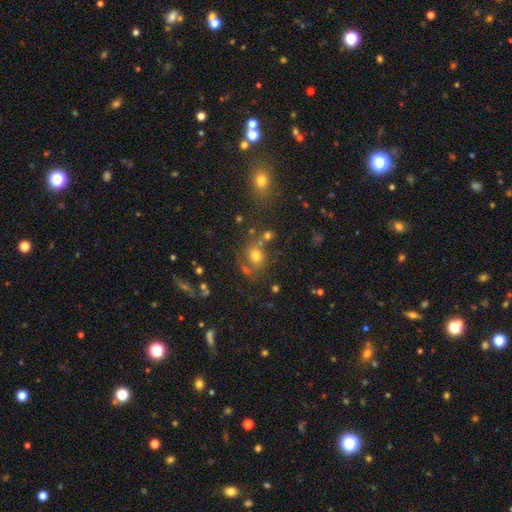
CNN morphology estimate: Smooth or featured? smooth (70%)
How rounded? round (64%)
Merging? none (61%)